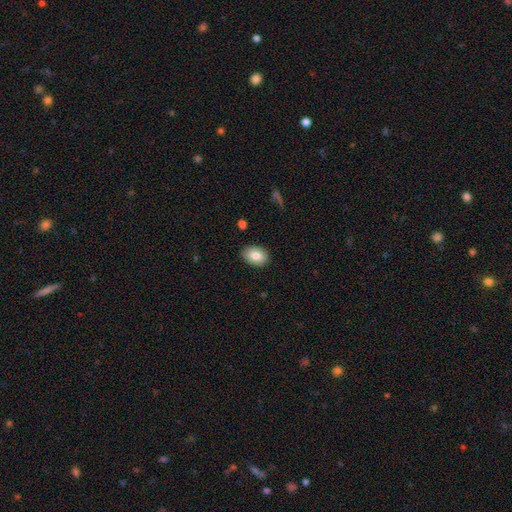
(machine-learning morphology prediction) A smooth galaxy with no disk features (80%) that is in between round and cigar-shaped (76%). Merging: none (88%).